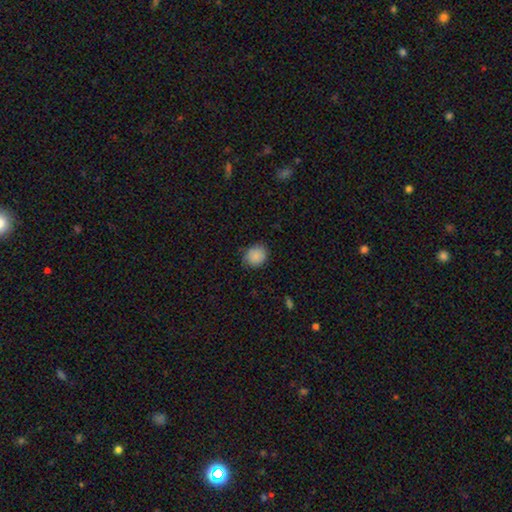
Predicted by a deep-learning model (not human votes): Smooth or featured?
  - smooth: 87% *
  - star or artifact: 8%
  - featured or disk: 5%
How rounded?
  - round: 75% *
  - in between: 24%
  - cigar-shaped: 1%
Merging?
  - none: 81% *
  - minor disturbance: 15%
  - major disturbance: 3%
  - merger: 1%